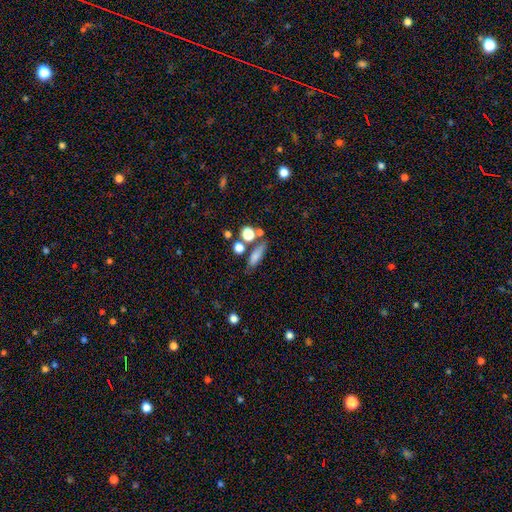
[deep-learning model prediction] Smooth or featured? Predicted: smooth (p=0.75). How rounded? Predicted: cigar-shaped (p=0.46). Merging? Predicted: none (p=0.61).